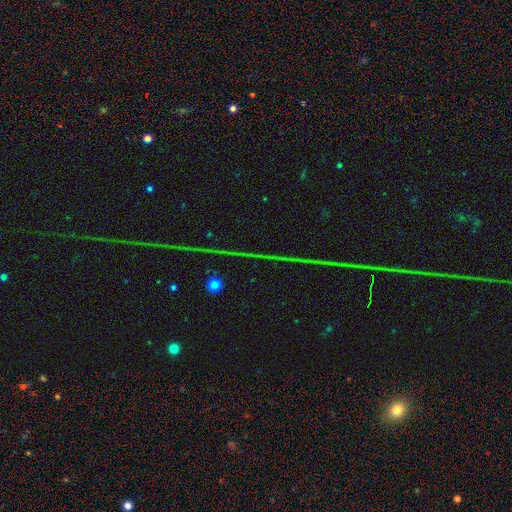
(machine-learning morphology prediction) A star or artifact, not a galaxy (83%).